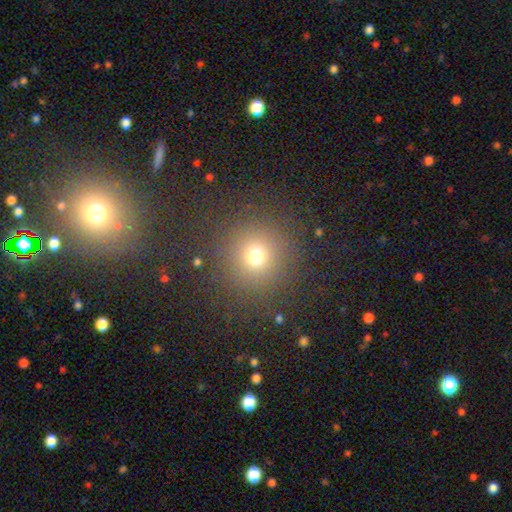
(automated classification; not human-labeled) smooth 71%, star or artifact 20%, featured or disk 9%. Down the decision tree: how rounded — round (94%); merging — none (86%).